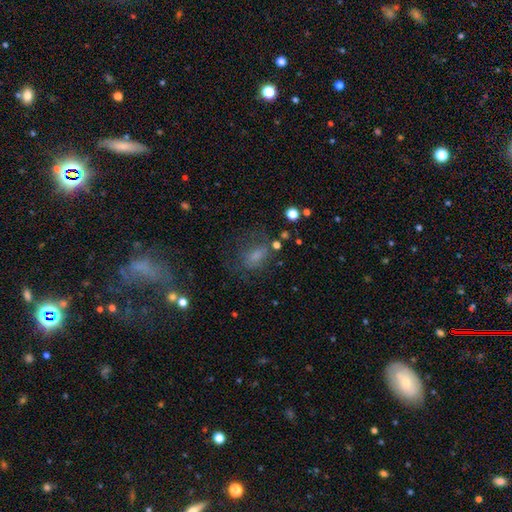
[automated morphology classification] Smooth or featured: smooth — 55% (featured or disk — 27%)
How rounded: in between — 77% (round — 18%)
Merging: none — 47% (major disturbance — 26%)